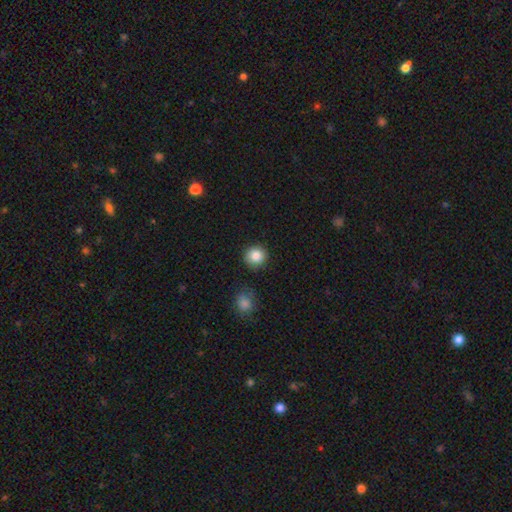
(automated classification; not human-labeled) Smooth or featured: smooth — 86% (star or artifact — 9%)
How rounded: round — 92% (in between — 7%)
Merging: none — 88% (minor disturbance — 7%)